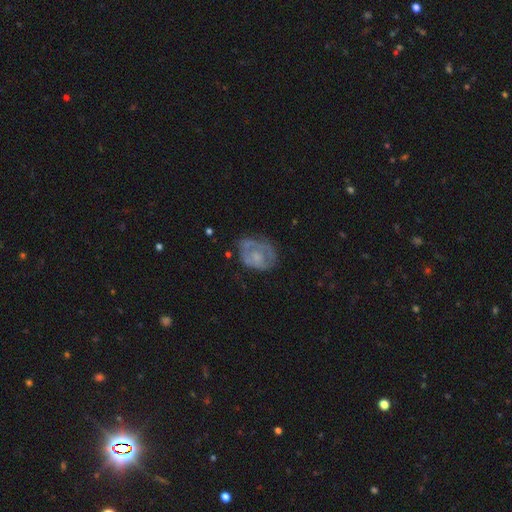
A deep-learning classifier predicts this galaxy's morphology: A featured or disk galaxy (56%) with no bar (81%), no spiral arms (57%) and a small central bulge (38%).

Vote fractions:
- Smooth or featured? featured or disk: 56% / smooth: 36% / star or artifact: 9%
- Edge-on disk? no: 97% / yes: 3%
- Bar? no: 81% / weak: 16% / strong: 3%
- Spiral arms? no: 57% / yes: 43%
- Bulge size? small: 38% / moderate: 29% / none: 28% / large: 4% / dominant: 1%
- Merging? none: 52% / minor disturbance: 26% / major disturbance: 19% / merger: 3%